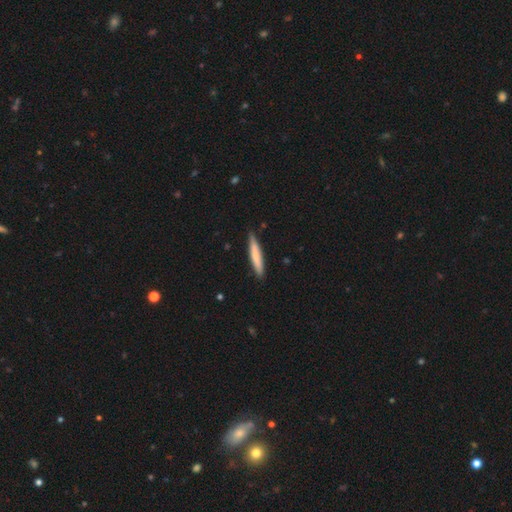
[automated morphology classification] smooth 73%, featured or disk 22%, star or artifact 5%. Down the decision tree: how rounded — cigar-shaped (93%); merging — none (87%).